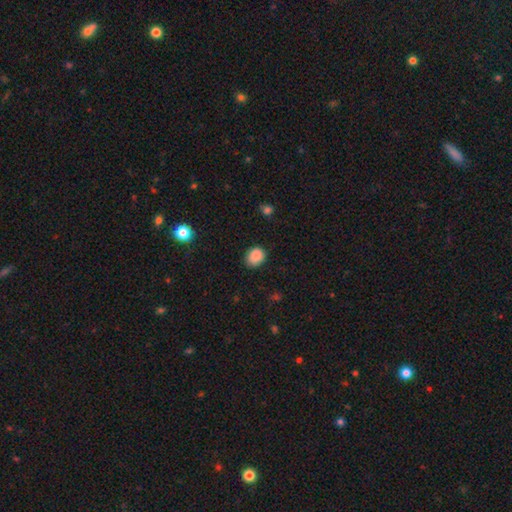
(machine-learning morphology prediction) Smooth or featured: smooth — 88% (star or artifact — 9%)
How rounded: round — 57% (in between — 43%)
Merging: none — 83% (minor disturbance — 13%)